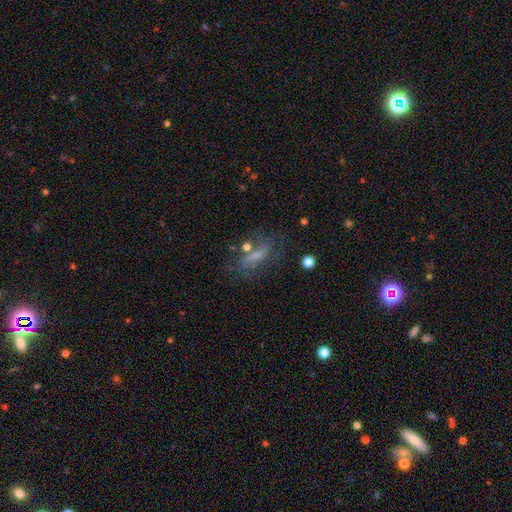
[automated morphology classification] smooth-or-featured: smooth: 43% | featured or disk: 41% | star or artifact: 16%
  merging: none: 54% | minor disturbance: 21% | major disturbance: 17% | merger: 8%